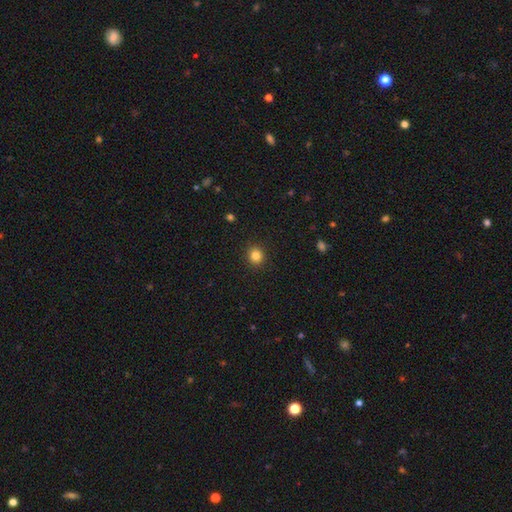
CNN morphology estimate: A smooth galaxy with no disk features (83%) that is round (87%).

Vote fractions:
- Smooth or featured? smooth: 83% / star or artifact: 12% / featured or disk: 5%
- How rounded? round: 87% / in between: 12% / cigar-shaped: 1%
- Merging? none: 92% / minor disturbance: 5% / major disturbance: 2% / merger: 1%